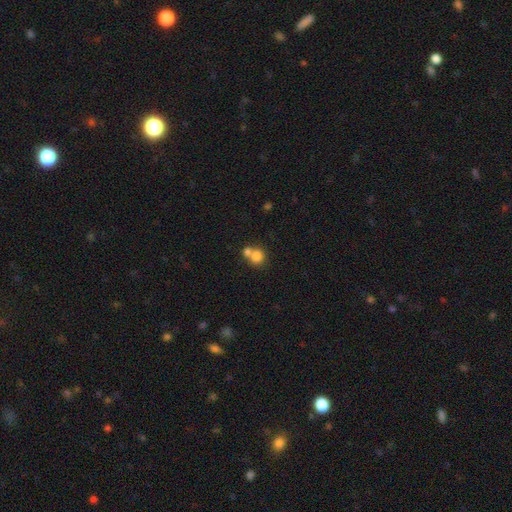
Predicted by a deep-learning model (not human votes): smooth-or-featured: smooth: 80% | featured or disk: 10% | star or artifact: 10%
  how-rounded: round: 83% | in between: 16% | cigar-shaped: 1%
  merging: merger: 49% | none: 41% | minor disturbance: 7% | major disturbance: 3%